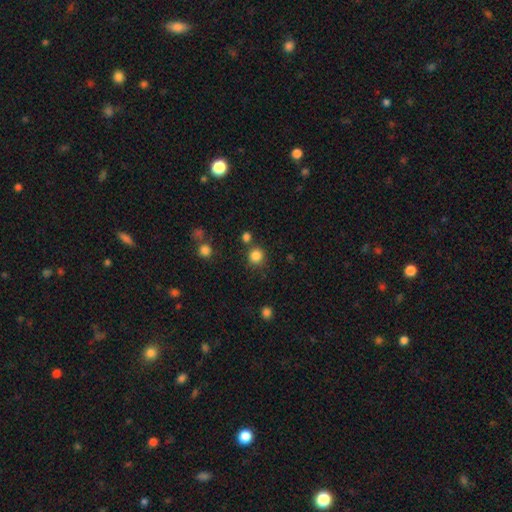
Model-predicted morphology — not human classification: Smooth or featured?
  - smooth: 84% *
  - star or artifact: 13%
  - featured or disk: 4%
How rounded?
  - round: 91% *
  - in between: 8%
  - cigar-shaped: 1%
Merging?
  - none: 79% *
  - minor disturbance: 9%
  - merger: 9%
  - major disturbance: 3%